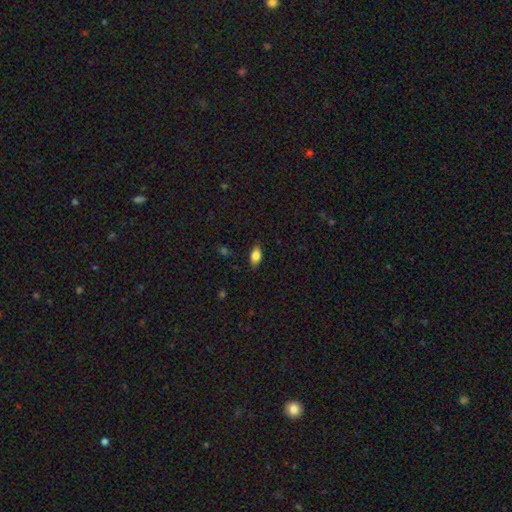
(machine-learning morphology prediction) Smooth or featured? smooth (80%)
How rounded? in between (89%)
Merging? none (85%)